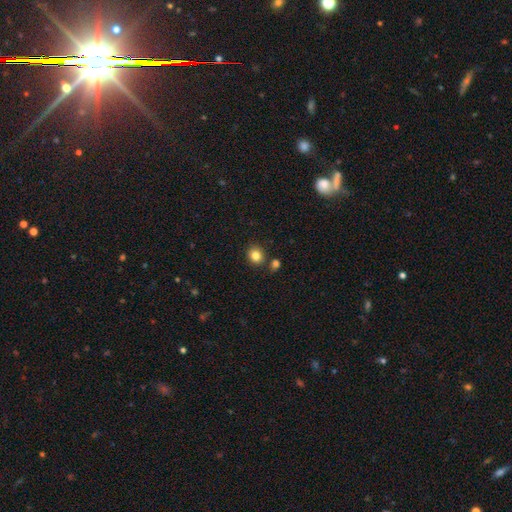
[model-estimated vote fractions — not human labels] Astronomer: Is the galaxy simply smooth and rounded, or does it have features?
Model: smooth — 83%.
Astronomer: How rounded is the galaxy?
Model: round — 75%.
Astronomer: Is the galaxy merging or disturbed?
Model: none — 81%.